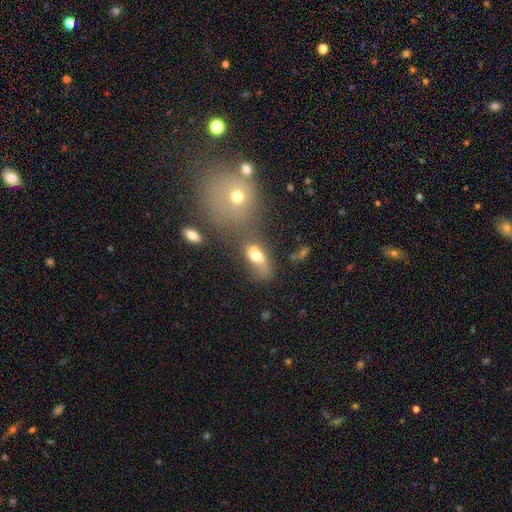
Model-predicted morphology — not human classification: This appears to be a smooth galaxy with no disk features (61%) that is in between round and cigar-shaped (77%). Merging: none (34%).